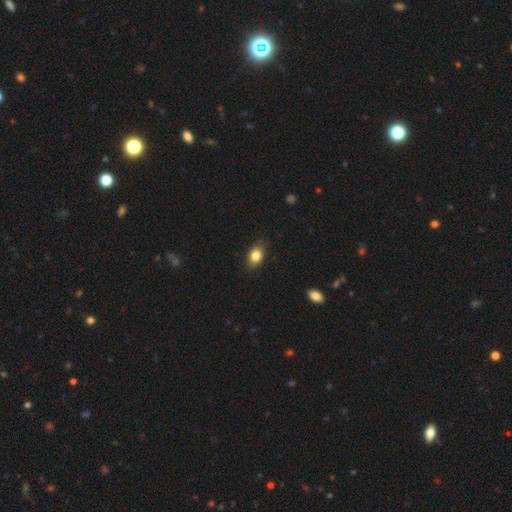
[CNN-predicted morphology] A smooth galaxy with no disk features (82%) that is in between round and cigar-shaped (78%). Merging: none (82%).